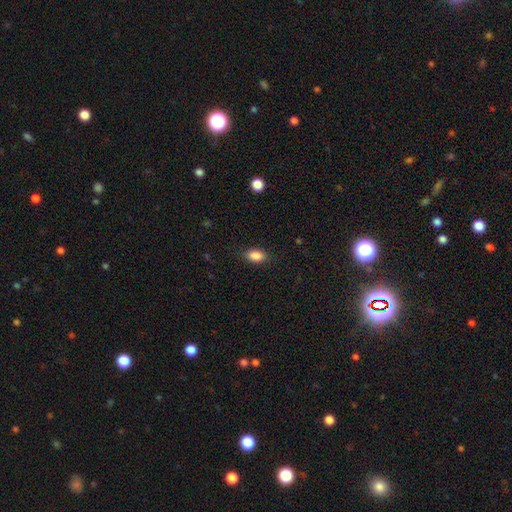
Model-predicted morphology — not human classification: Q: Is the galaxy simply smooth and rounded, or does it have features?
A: smooth — 87%.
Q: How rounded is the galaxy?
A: in between — 89%.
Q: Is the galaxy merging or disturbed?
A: none — 86%.